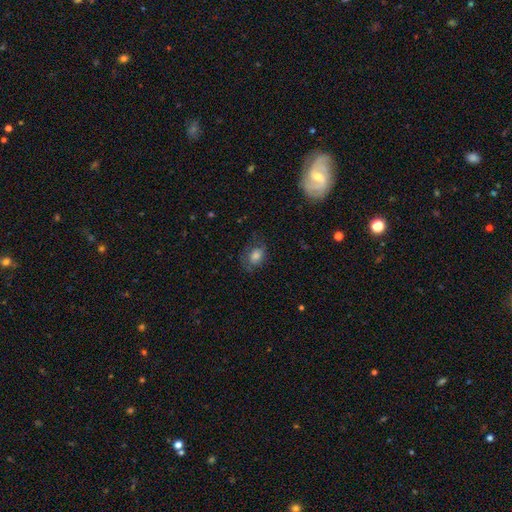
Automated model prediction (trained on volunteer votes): Smooth or featured? smooth (62%)
How rounded? in between (65%)
Merging? none (60%)